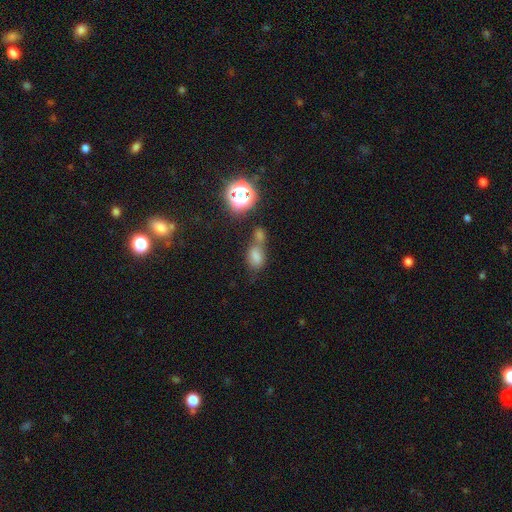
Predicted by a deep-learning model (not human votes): Q: Smooth or featured?
A: smooth (65%); runner-up: star or artifact (24%)
Q: How rounded?
A: in between (71%); runner-up: round (26%)
Q: Merging?
A: merger (46%); runner-up: none (37%)